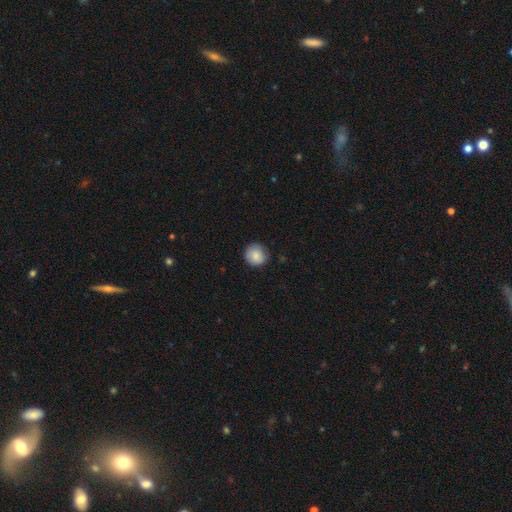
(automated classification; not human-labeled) Q: Smooth or featured?
A: smooth (87%); runner-up: star or artifact (8%)
Q: How rounded?
A: round (93%); runner-up: in between (6%)
Q: Merging?
A: none (86%); runner-up: minor disturbance (11%)